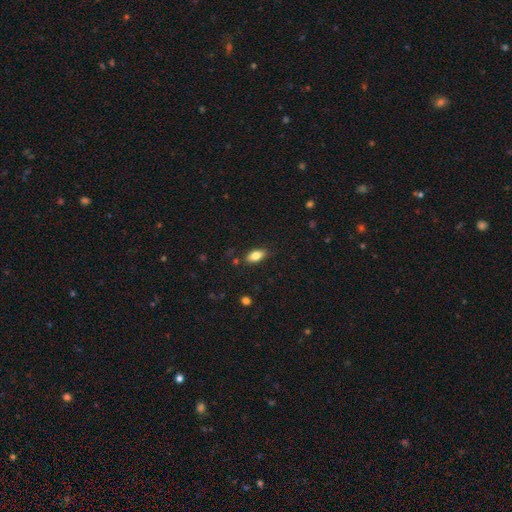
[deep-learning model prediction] Smooth or featured: smooth — 80% (featured or disk — 12%)
How rounded: in between — 88% (cigar-shaped — 8%)
Merging: none — 83% (minor disturbance — 12%)